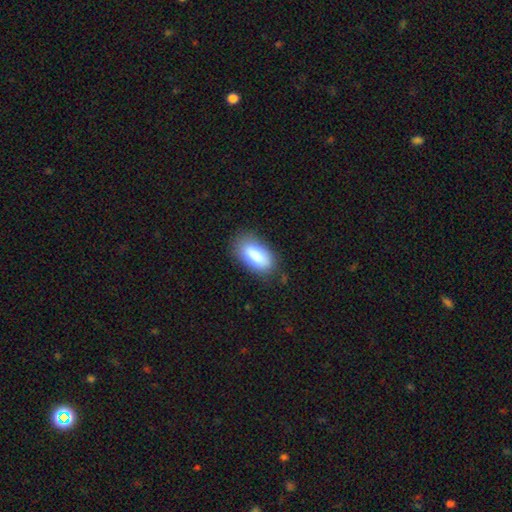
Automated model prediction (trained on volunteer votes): smooth_or_featured: smooth (p=0.87) [alt: star or artifact p=0.07]
how_rounded: in between (p=0.93) [alt: cigar-shaped p=0.04]
merging: none (p=0.80) [alt: minor disturbance p=0.15]